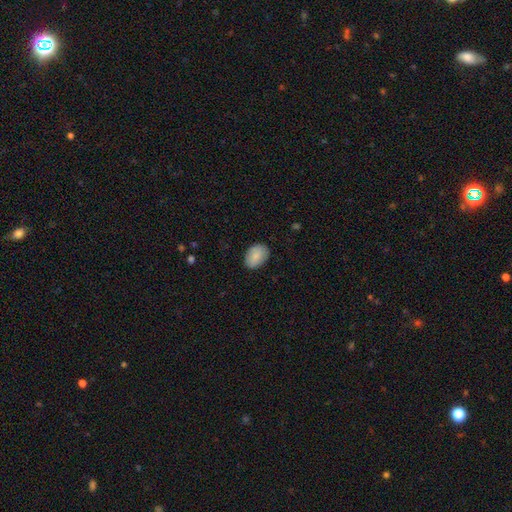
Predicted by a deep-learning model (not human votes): Overall: smooth (85%). How rounded: in between (81%). Merging: none (85%).